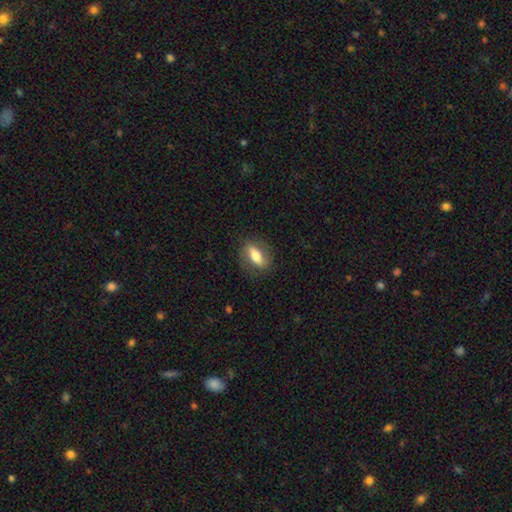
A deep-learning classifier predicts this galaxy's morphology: Q: Smooth or featured?
A: smooth (61%); runner-up: featured or disk (32%)
Q: How rounded?
A: in between (75%); runner-up: cigar-shaped (16%)
Q: Merging?
A: none (80%); runner-up: minor disturbance (14%)